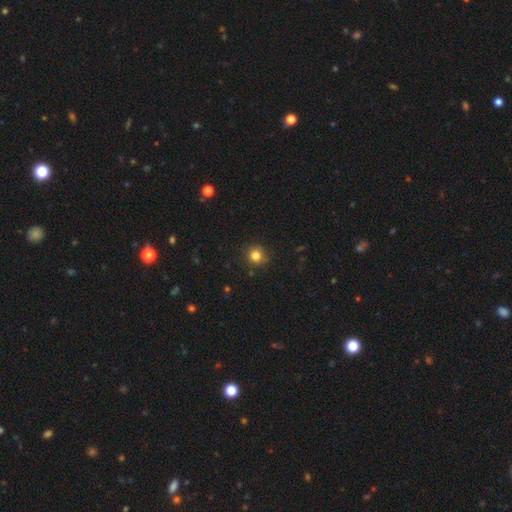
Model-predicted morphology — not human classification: Smooth or featured?
  - smooth: 82% *
  - star or artifact: 12%
  - featured or disk: 5%
How rounded?
  - round: 92% *
  - in between: 7%
  - cigar-shaped: 1%
Merging?
  - none: 89% *
  - minor disturbance: 8%
  - major disturbance: 2%
  - merger: 1%